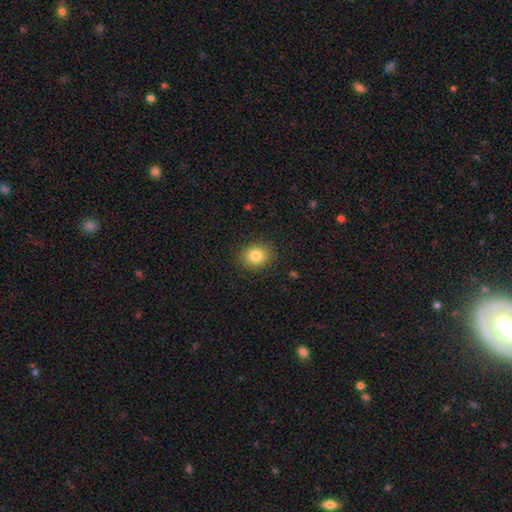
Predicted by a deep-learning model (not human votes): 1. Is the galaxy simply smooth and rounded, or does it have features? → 83% smooth, 10% star or artifact, 6% featured or disk.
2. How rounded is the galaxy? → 66% round, 33% in between, 1% cigar-shaped.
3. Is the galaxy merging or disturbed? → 88% none, 8% minor disturbance, 3% major disturbance, 1% merger.